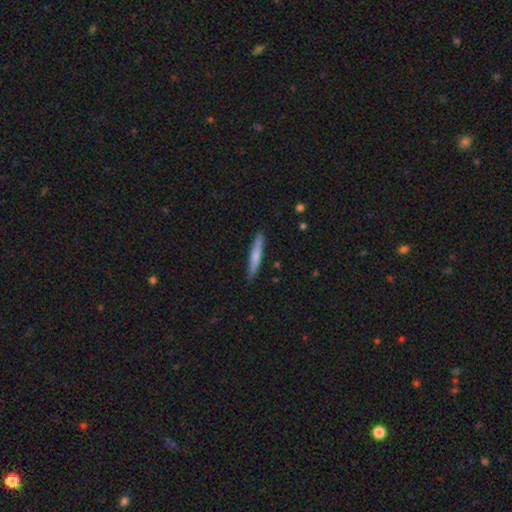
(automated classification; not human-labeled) smooth 66%, featured or disk 29%, star or artifact 5%. Down the decision tree: how rounded — cigar-shaped (95%); merging — none (88%).